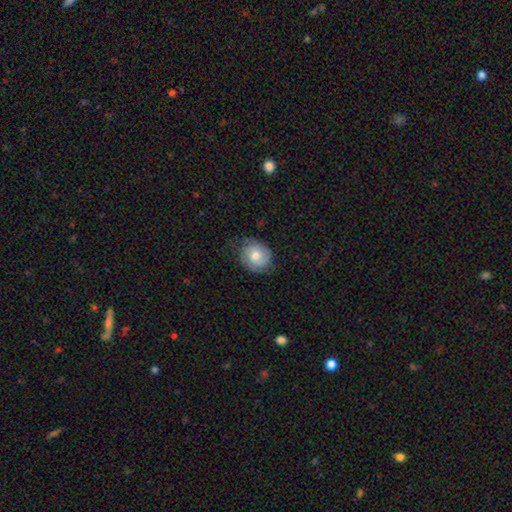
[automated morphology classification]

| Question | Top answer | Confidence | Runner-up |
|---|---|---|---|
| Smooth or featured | smooth | 56% | featured or disk (37%) |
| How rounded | round | 81% | in between (18%) |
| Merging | none | 66% | minor disturbance (24%) |